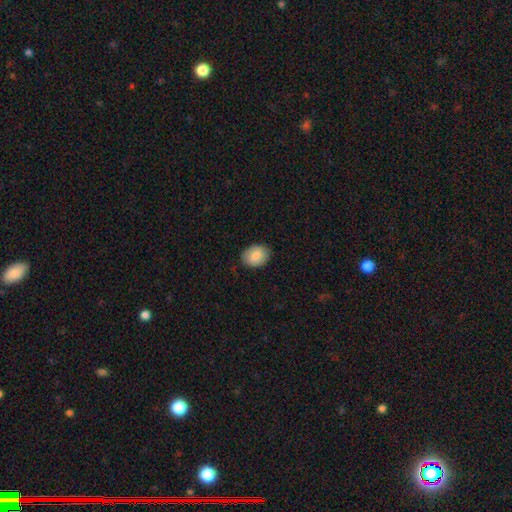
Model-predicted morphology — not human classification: Smooth or featured? Predicted: smooth (p=0.83). How rounded? Predicted: in between (p=0.72). Merging? Predicted: none (p=0.84).